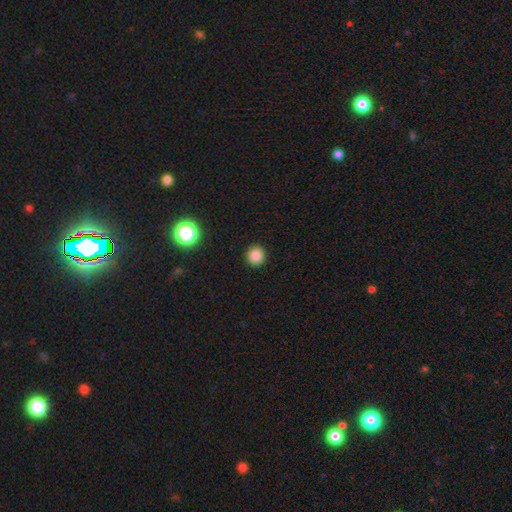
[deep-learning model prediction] Smooth or featured?
  - smooth: 85% *
  - star or artifact: 12%
  - featured or disk: 3%
How rounded?
  - round: 92% *
  - in between: 7%
  - cigar-shaped: 1%
Merging?
  - none: 92% *
  - minor disturbance: 5%
  - major disturbance: 2%
  - merger: 1%